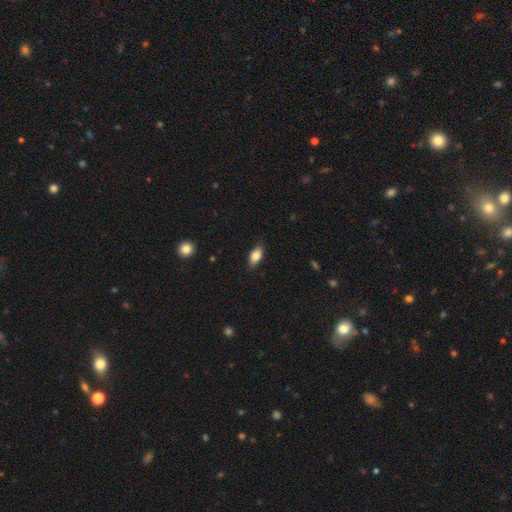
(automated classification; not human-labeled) A smooth galaxy with no disk features (82%) that is in between round and cigar-shaped (89%).

Vote fractions:
- Smooth or featured? smooth: 82% / featured or disk: 11% / star or artifact: 8%
- How rounded? in between: 89% / cigar-shaped: 6% / round: 5%
- Merging? none: 84% / minor disturbance: 13% / major disturbance: 2% / merger: 1%